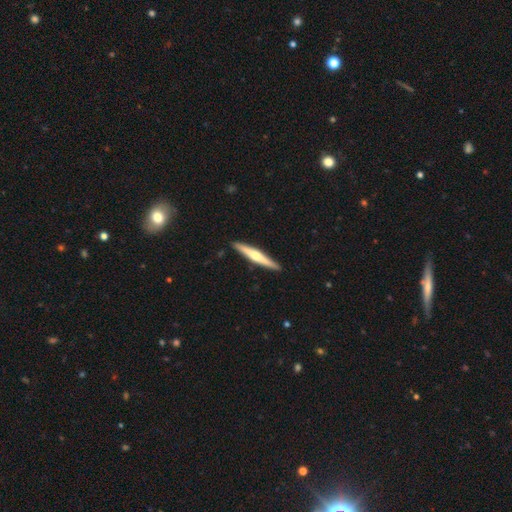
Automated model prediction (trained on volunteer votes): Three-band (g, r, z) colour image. It shows a featured or disk galaxy (63%) viewed edge-on (97%) with a rounded central bulge (87%). Merging: none (91%).